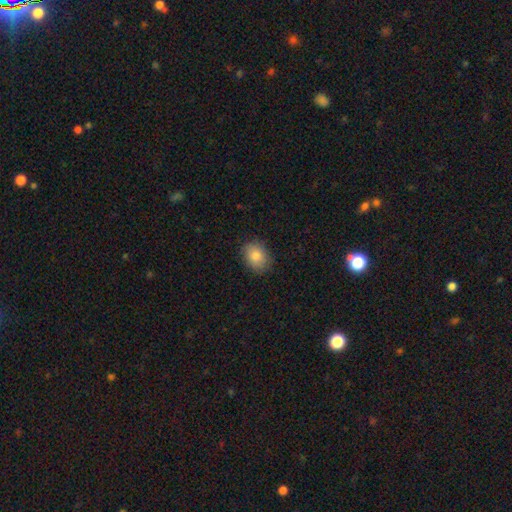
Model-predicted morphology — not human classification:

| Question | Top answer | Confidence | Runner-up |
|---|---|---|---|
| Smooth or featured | smooth | 83% | featured or disk (9%) |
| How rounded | in between | 55% | round (44%) |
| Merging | none | 86% | minor disturbance (11%) |